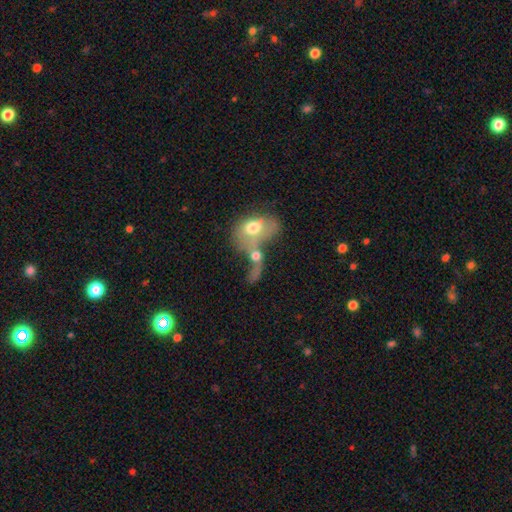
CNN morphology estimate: Q: Smooth or featured?
A: smooth (54%); runner-up: featured or disk (36%)
Q: How rounded?
A: in between (71%); runner-up: round (24%)
Q: Merging?
A: merger (75%); runner-up: major disturbance (13%)